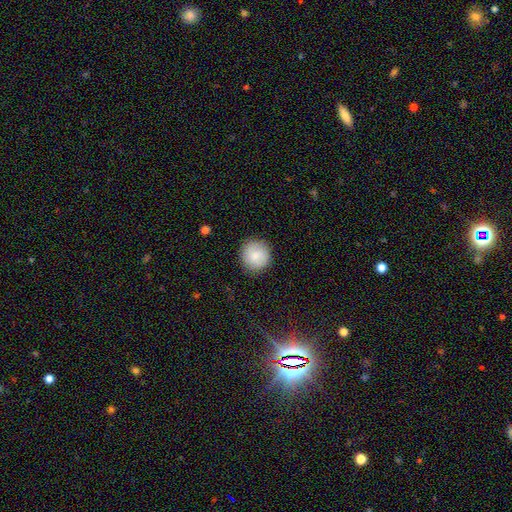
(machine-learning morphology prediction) The model was most divided on "smooth or featured": smooth: 85%, featured or disk: 8%, star or artifact: 7%. More confident: how rounded — round (93%); merging — none (89%).